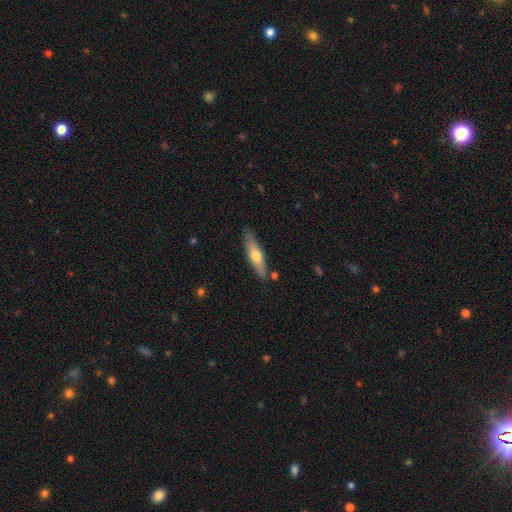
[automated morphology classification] type=smooth (53%); roundness=cigar-shaped (72%); merging=none (82%).